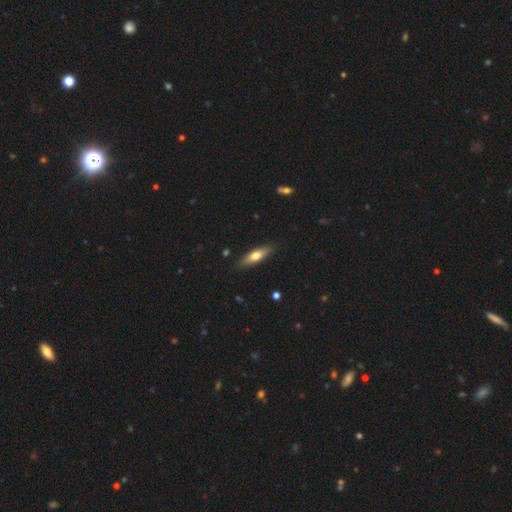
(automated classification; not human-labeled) This appears to be a smooth galaxy with no disk features (60%) that is cigar-shaped (63%). Merging: none (88%).